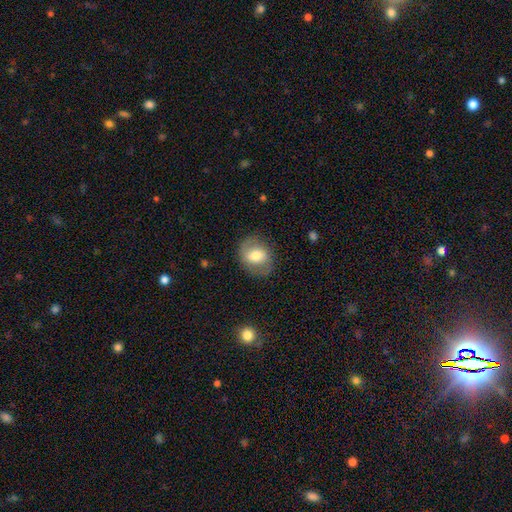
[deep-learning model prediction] smooth_or_featured: smooth (p=0.56) [alt: featured or disk p=0.36]
how_rounded: round (p=0.51) [alt: in between p=0.48]
merging: none (p=0.79) [alt: minor disturbance p=0.13]